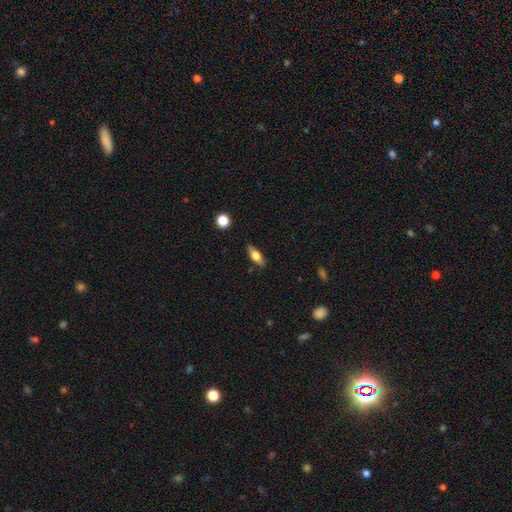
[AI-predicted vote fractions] A smooth galaxy with no disk features (62%) that is in between round and cigar-shaped (66%). Merging: none (84%).